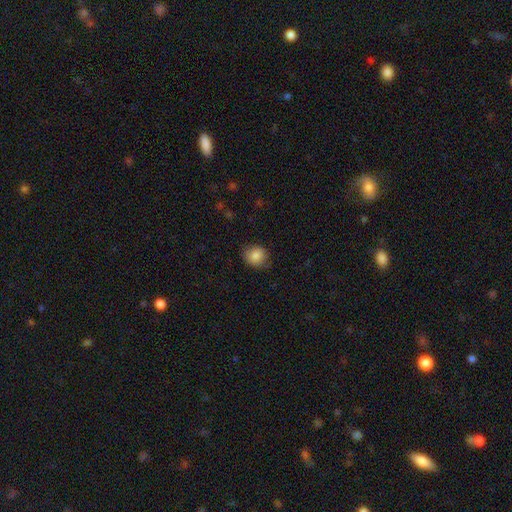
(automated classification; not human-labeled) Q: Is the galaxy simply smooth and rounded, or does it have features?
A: smooth — 84%.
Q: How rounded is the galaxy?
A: round — 70%.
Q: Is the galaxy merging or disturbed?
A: none — 77%.